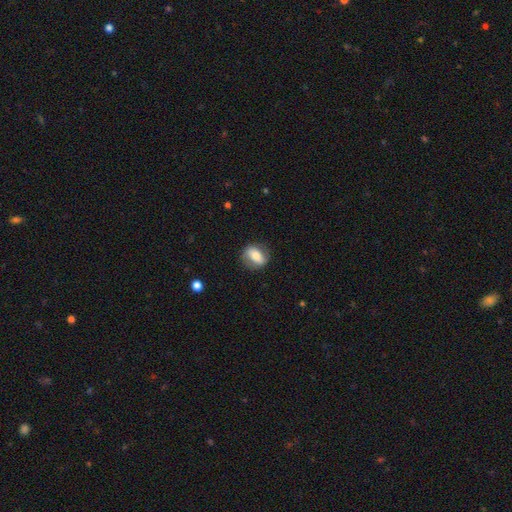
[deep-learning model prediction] smooth-or-featured: smooth: 60% | featured or disk: 33% | star or artifact: 7%
  how-rounded: in between: 61% | round: 36% | cigar-shaped: 3%
  merging: none: 80% | minor disturbance: 14% | major disturbance: 5% | merger: 1%